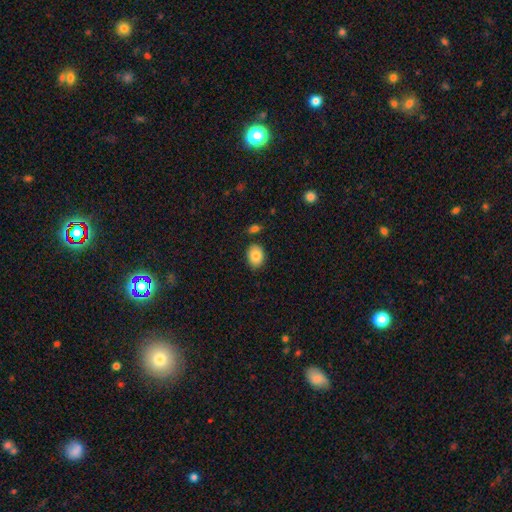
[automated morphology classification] A smooth galaxy with no disk features (85%) that is in between round and cigar-shaped (68%).

Vote fractions:
- Smooth or featured? smooth: 85% / featured or disk: 8% / star or artifact: 8%
- How rounded? in between: 68% / round: 31% / cigar-shaped: 1%
- Merging? none: 83% / minor disturbance: 11% / merger: 4% / major disturbance: 2%